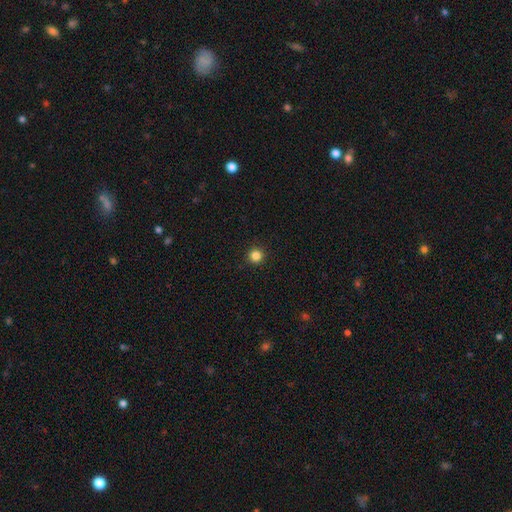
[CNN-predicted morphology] Smooth or featured: smooth — 84% (star or artifact — 12%)
How rounded: round — 95% (in between — 4%)
Merging: none — 93% (minor disturbance — 4%)